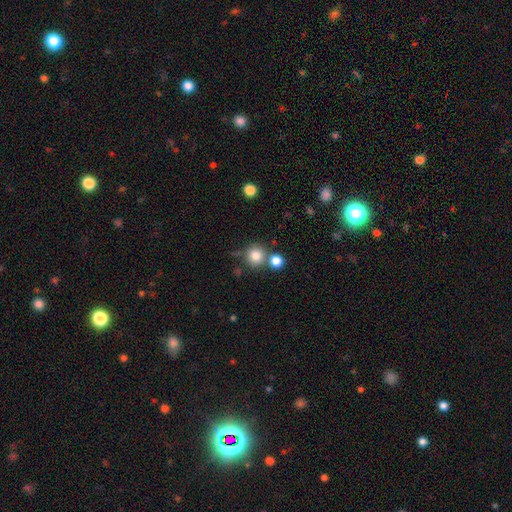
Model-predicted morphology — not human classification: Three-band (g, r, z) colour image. It shows a smooth galaxy with no disk features (81%) that is round (92%). Merging: none (71%).